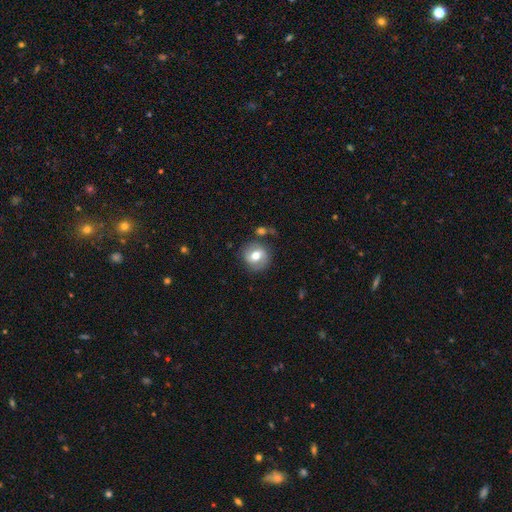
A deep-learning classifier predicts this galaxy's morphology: Overall: smooth (55%; featured or disk 37%). How rounded: round (82%). Merging: none (73%).